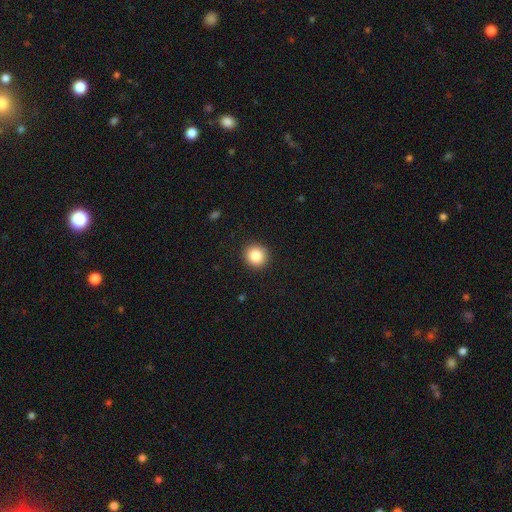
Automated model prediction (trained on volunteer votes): smooth_or_featured: smooth (p=0.85) [alt: star or artifact p=0.09]
how_rounded: round (p=0.91) [alt: in between p=0.08]
merging: none (p=0.92) [alt: minor disturbance p=0.05]